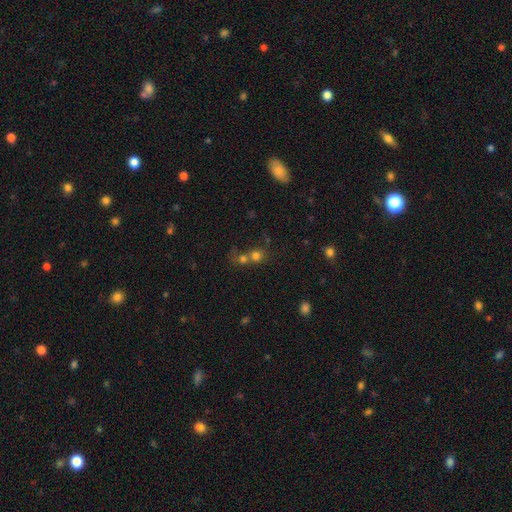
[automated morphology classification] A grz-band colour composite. It shows a smooth galaxy with no disk features (71%) that is round (81%). Merging: merger (55%).